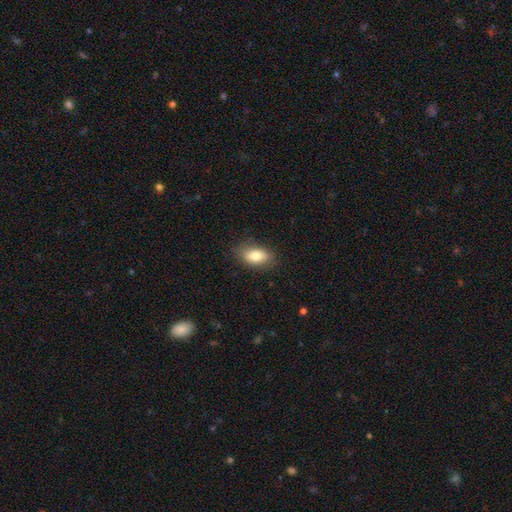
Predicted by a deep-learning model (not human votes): Morphology: type=smooth (78%); roundness=in between (88%); merging=none (81%).